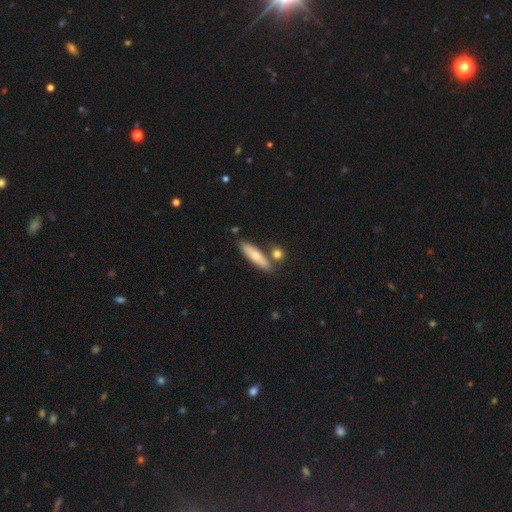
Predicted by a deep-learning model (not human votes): Q: Smooth or featured?
A: smooth (71%); runner-up: featured or disk (24%)
Q: How rounded?
A: cigar-shaped (71%); runner-up: in between (27%)
Q: Merging?
A: none (75%); runner-up: minor disturbance (12%)